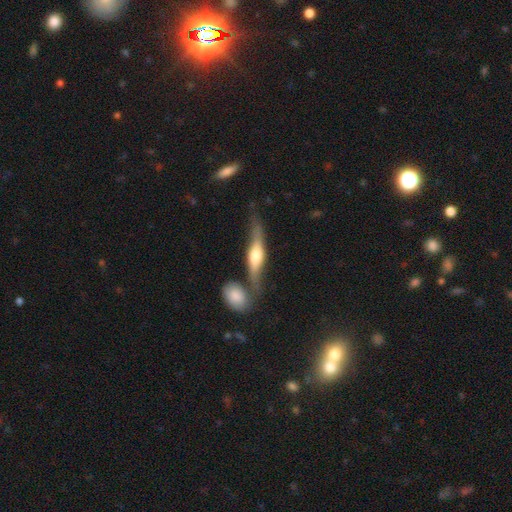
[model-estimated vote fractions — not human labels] smooth_or_featured: featured or disk (p=0.65) [alt: smooth p=0.30]
disk_edge_on: yes (p=0.90) [alt: no p=0.10]
edge_on_bulge: rounded (p=0.87) [alt: boxy p=0.10]
merging: none (p=0.58) [alt: minor disturbance p=0.18]